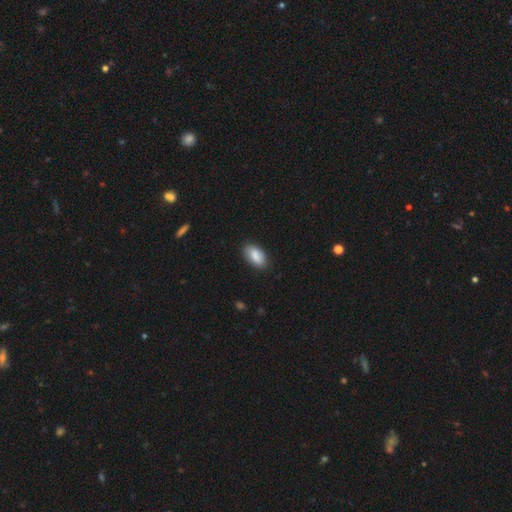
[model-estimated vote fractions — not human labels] Smooth or featured? Predicted: smooth (p=0.87). How rounded? Predicted: in between (p=0.93). Merging? Predicted: none (p=0.84).